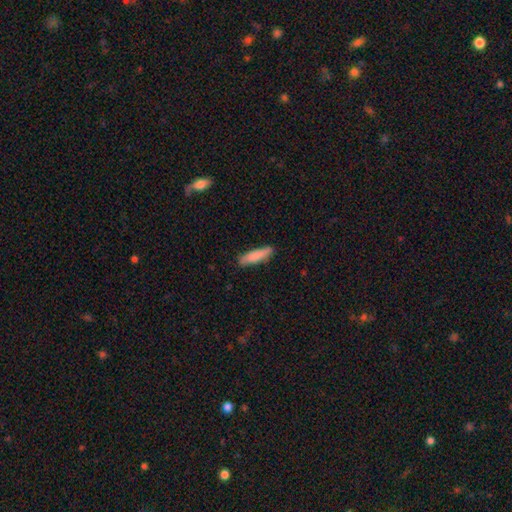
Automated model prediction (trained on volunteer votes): Smooth or featured? smooth (84%)
How rounded? cigar-shaped (73%)
Merging? none (83%)